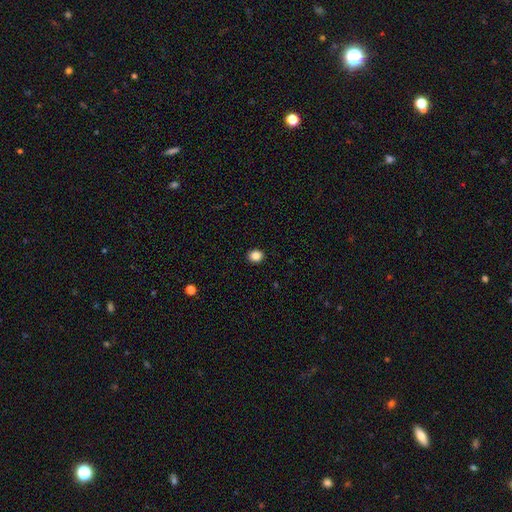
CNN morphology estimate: Smooth or featured?
  - smooth: 86% *
  - star or artifact: 10%
  - featured or disk: 4%
How rounded?
  - round: 75% *
  - in between: 24%
  - cigar-shaped: 1%
Merging?
  - none: 92% *
  - minor disturbance: 5%
  - major disturbance: 2%
  - merger: 1%